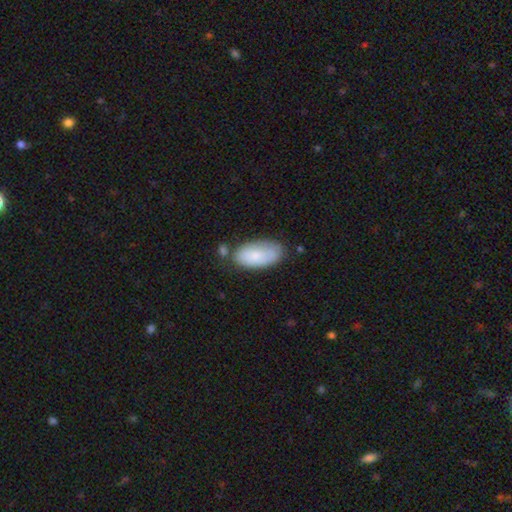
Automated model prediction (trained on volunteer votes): Overall: smooth (77%). How rounded: in between (93%). Merging: none (61%; minor disturbance 24%).